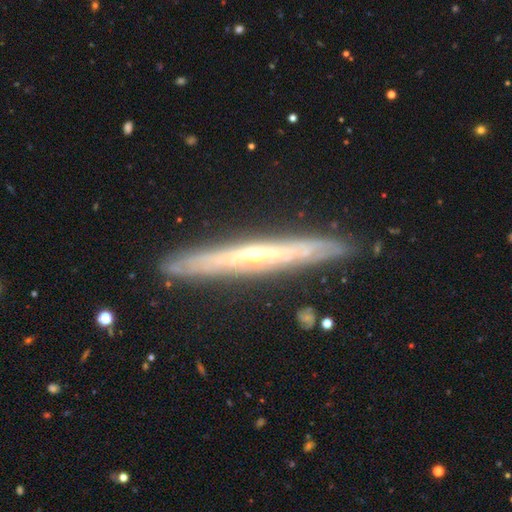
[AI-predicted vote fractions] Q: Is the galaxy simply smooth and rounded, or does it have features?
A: featured or disk — 79%.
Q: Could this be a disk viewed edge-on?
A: yes — 90%.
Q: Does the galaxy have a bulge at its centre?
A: rounded — 65%.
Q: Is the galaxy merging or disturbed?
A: none — 87%.